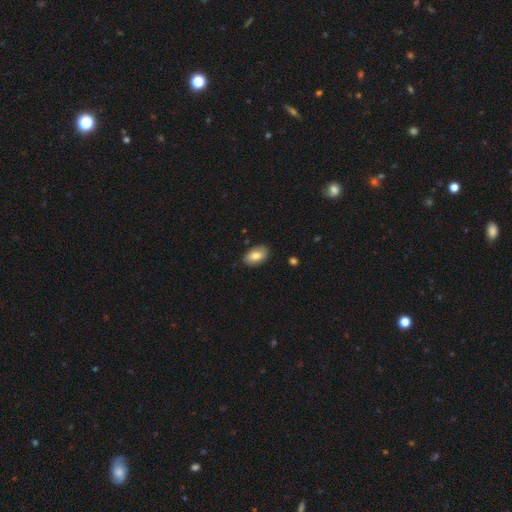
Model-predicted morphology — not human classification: smooth 77%, featured or disk 16%, star or artifact 7%. Down the decision tree: how rounded — in between (92%); merging — none (85%).